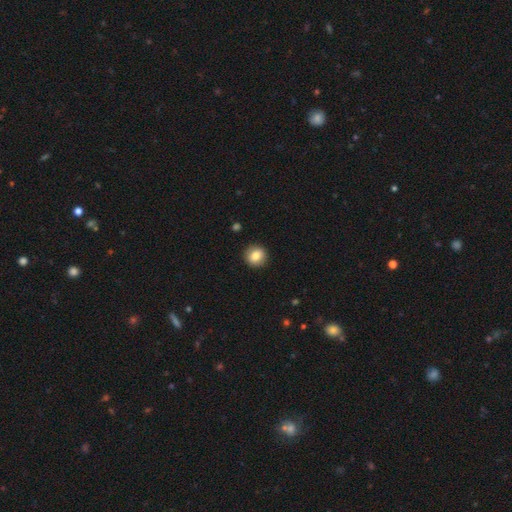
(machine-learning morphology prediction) Overall: smooth (83%). How rounded: round (87%). Merging: none (91%).